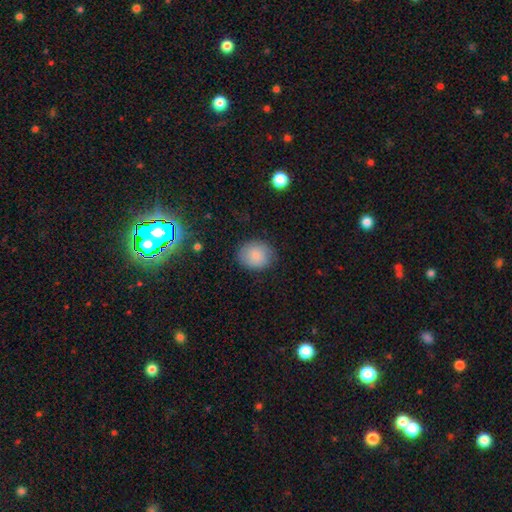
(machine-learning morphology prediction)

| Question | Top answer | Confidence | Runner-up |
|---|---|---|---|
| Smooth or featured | smooth | 85% | featured or disk (8%) |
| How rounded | round | 68% | in between (32%) |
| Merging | none | 82% | minor disturbance (13%) |